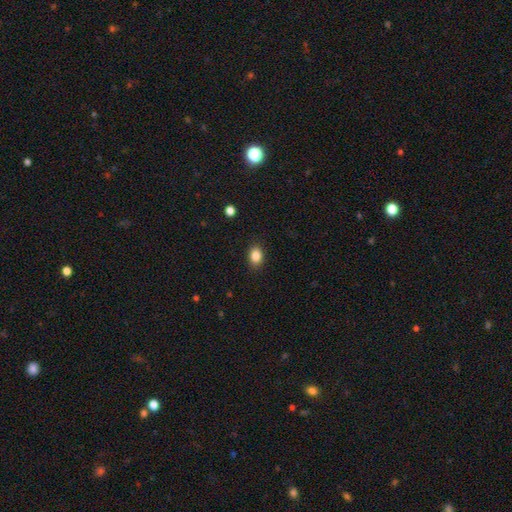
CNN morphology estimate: smooth_or_featured: smooth (p=0.86) [alt: star or artifact p=0.09]
how_rounded: in between (p=0.71) [alt: round p=0.28]
merging: none (p=0.88) [alt: minor disturbance p=0.08]